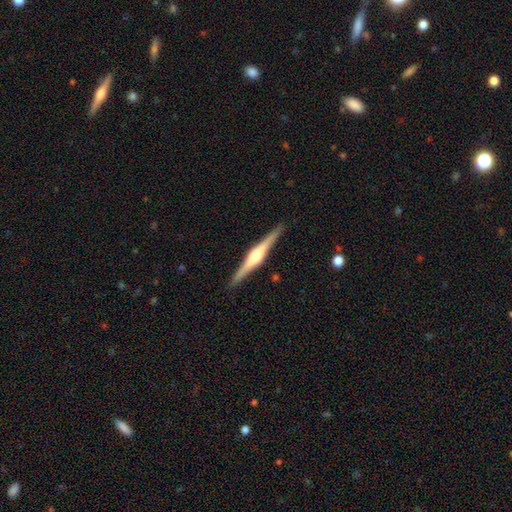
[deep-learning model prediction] This appears to be a featured or disk galaxy (81%) viewed edge-on (98%) with a rounded central bulge (84%). Merging: none (91%).